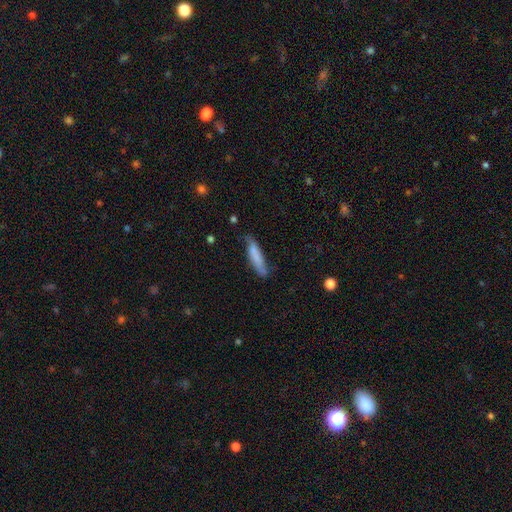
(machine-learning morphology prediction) Overall: smooth (74%). How rounded: cigar-shaped (82%). Merging: none (61%; minor disturbance 29%).